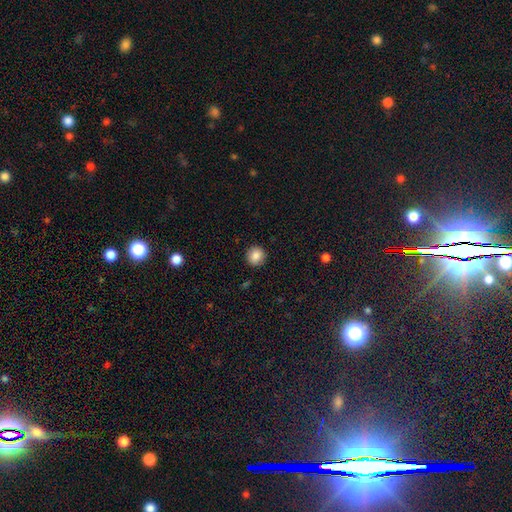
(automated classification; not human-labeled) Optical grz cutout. It shows a smooth galaxy with no disk features (87%) that is round (92%). Merging: none (92%).